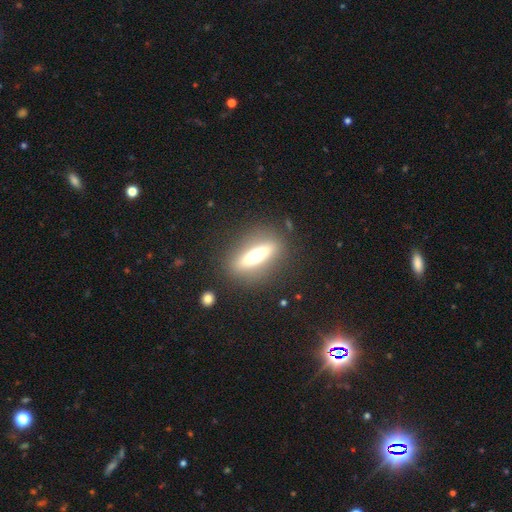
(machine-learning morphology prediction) The model was most divided on "smooth or featured": featured or disk: 48%, smooth: 41%, star or artifact: 11%. More confident: merging — none (83%).